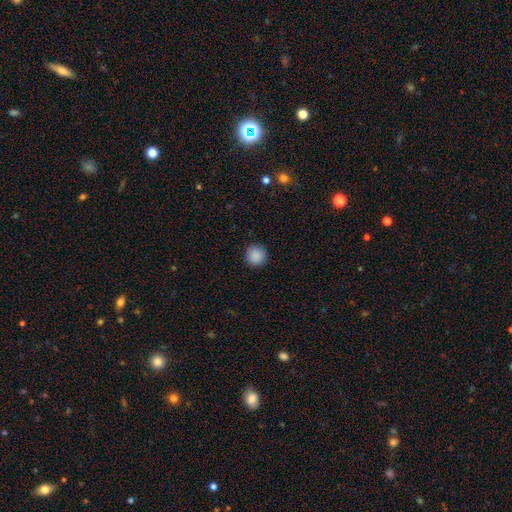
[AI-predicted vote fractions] Smooth or featured?
  - smooth: 89% *
  - star or artifact: 8%
  - featured or disk: 3%
How rounded?
  - round: 95% *
  - in between: 4%
  - cigar-shaped: 1%
Merging?
  - none: 91% *
  - minor disturbance: 6%
  - major disturbance: 2%
  - merger: 1%